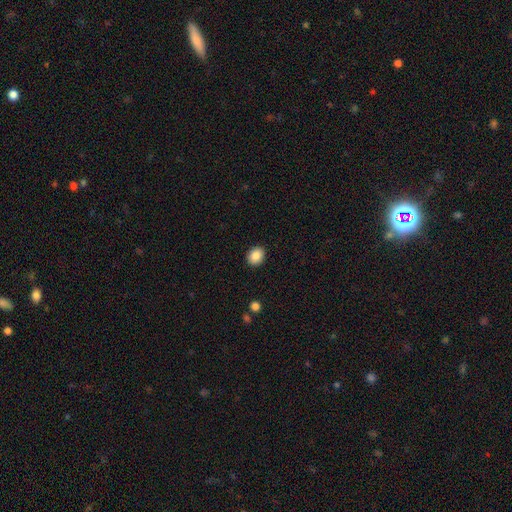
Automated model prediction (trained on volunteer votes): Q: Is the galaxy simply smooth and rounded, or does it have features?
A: smooth — 87%.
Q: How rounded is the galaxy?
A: in between — 50%.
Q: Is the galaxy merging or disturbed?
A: none — 91%.